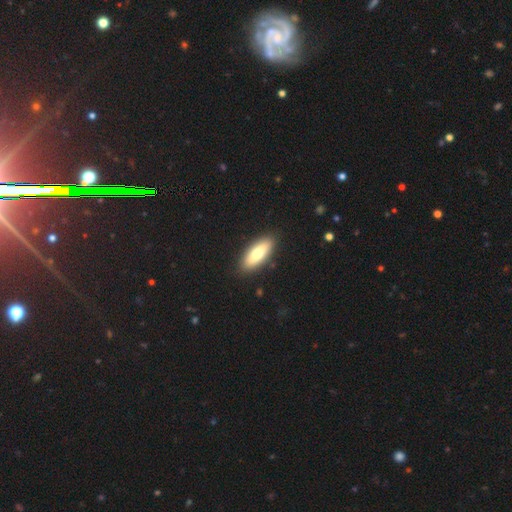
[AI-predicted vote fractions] smooth_or_featured: smooth (p=0.72) [alt: featured or disk p=0.23]
how_rounded: in between (p=0.69) [alt: cigar-shaped p=0.29]
merging: none (p=0.89) [alt: minor disturbance p=0.08]